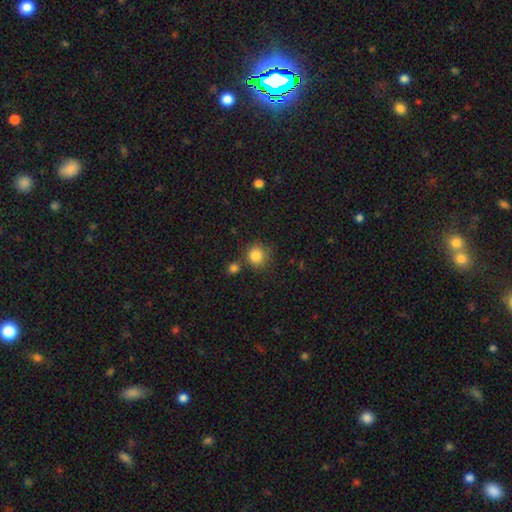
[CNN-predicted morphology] A smooth galaxy with no disk features (85%) that is round (90%). Merging: none (75%).